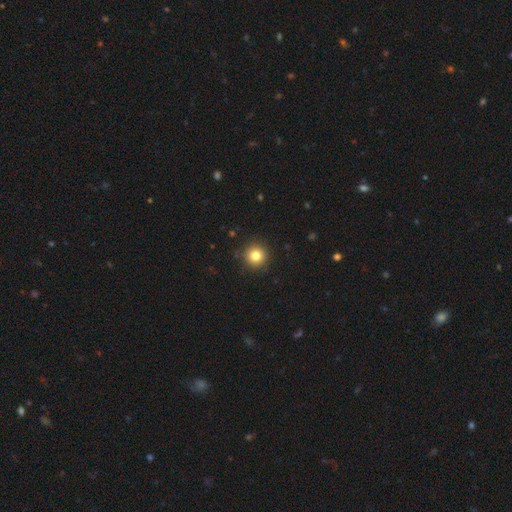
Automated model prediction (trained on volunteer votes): Overall: smooth (81%). How rounded: round (95%). Merging: none (91%).